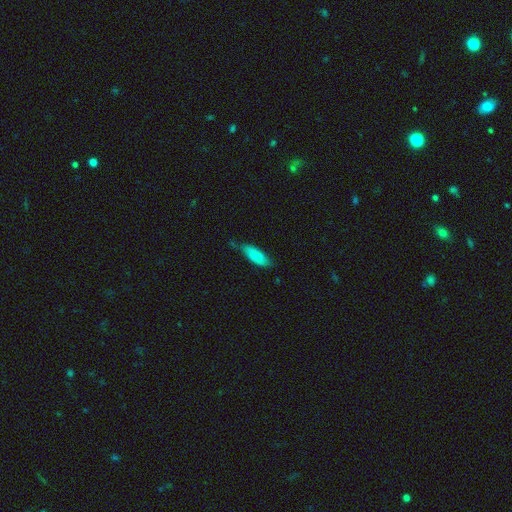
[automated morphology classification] Smooth or featured? Predicted: smooth (p=0.83). How rounded? Predicted: in between (p=0.69). Merging? Predicted: none (p=0.55).